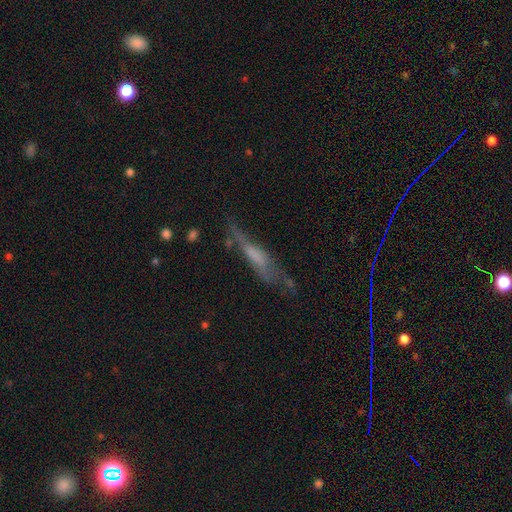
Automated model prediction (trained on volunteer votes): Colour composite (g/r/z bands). It shows a featured or disk galaxy (48%). Merging: none (46%).